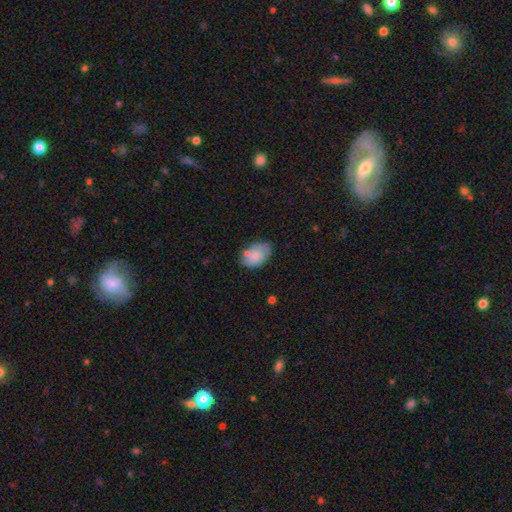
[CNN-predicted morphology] type=smooth (73%); roundness=in between (87%); merging=none (58%).